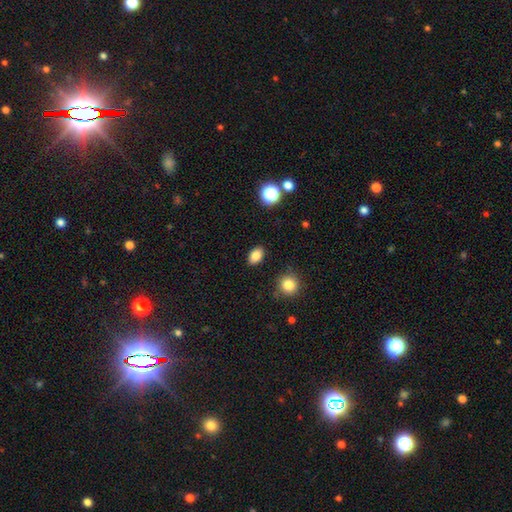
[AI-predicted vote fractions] A smooth galaxy with no disk features (84%) that is in between round and cigar-shaped (83%). Merging: none (88%).